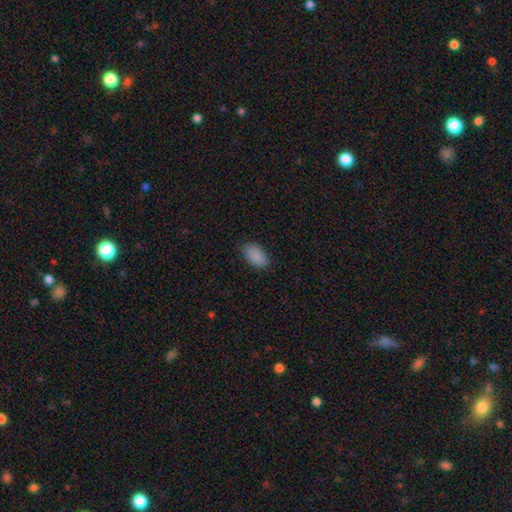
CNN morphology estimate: This is clearly a smooth galaxy (89%). How rounded: clearly in between (94%). Merging: clearly none (86%).